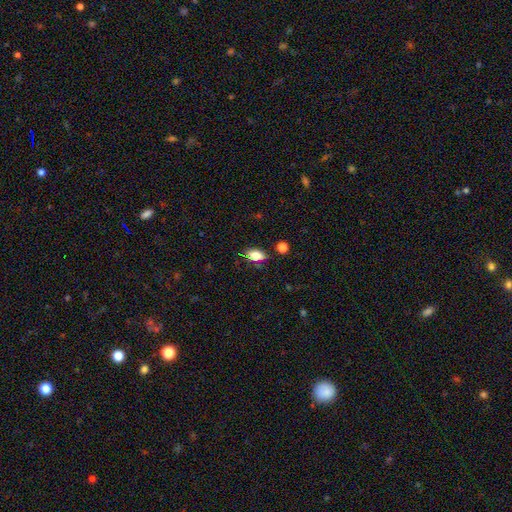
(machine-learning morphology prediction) The model was most divided on "smooth or featured": smooth: 75%, star or artifact: 14%, featured or disk: 11%. More confident: how rounded — in between (82%); merging — none (77%).